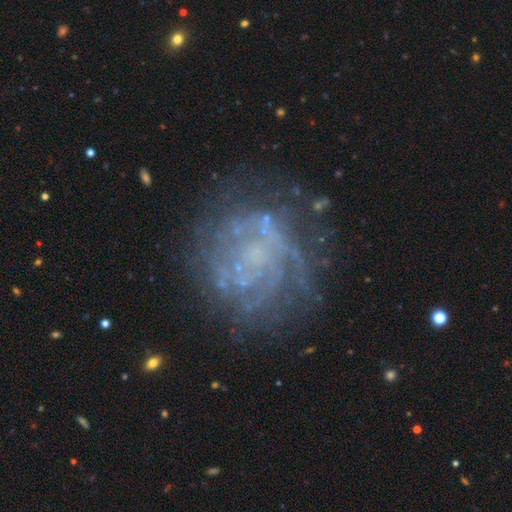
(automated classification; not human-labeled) A featured or disk galaxy (75%) with no bar (82%), spiral arms (67%) and no central bulge (65%).

Vote fractions:
- Smooth or featured? featured or disk: 75% / star or artifact: 13% / smooth: 12%
- Edge-on disk? no: 98% / yes: 2%
- Bar? no: 82% / weak: 14% / strong: 4%
- Spiral arms? yes: 67% / no: 33%
- Bulge size? none: 65% / small: 22% / moderate: 9% / large: 2% / dominant: 1%
- Merging? none: 65% / minor disturbance: 17% / major disturbance: 16% / merger: 3%